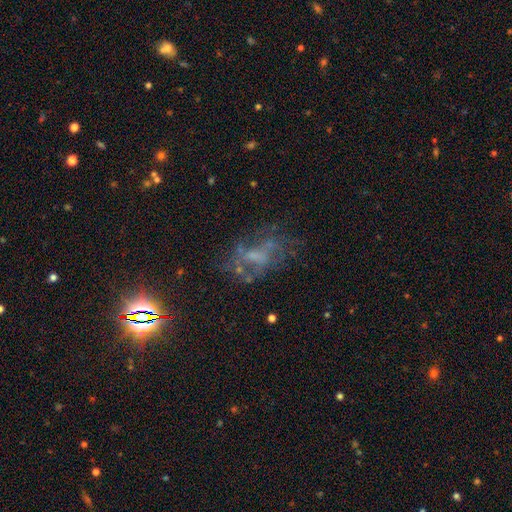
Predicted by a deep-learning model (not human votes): This appears to be a featured or disk galaxy (55%) with no bar (68%), no spiral arms (56%) and no central bulge (49%). Merging: none (52%).